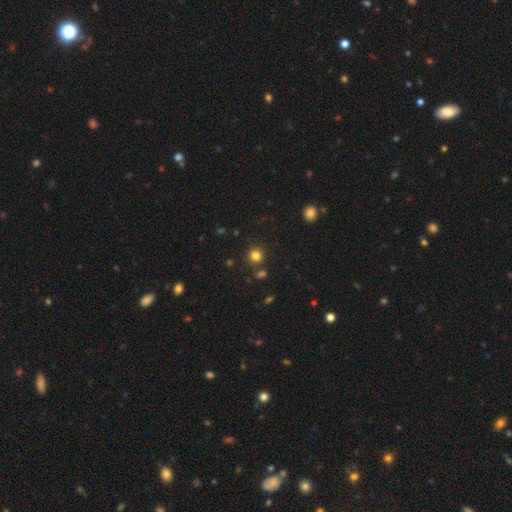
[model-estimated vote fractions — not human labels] Smooth or featured? Predicted: smooth (p=0.81). How rounded? Predicted: round (p=0.90). Merging? Predicted: none (p=0.85).